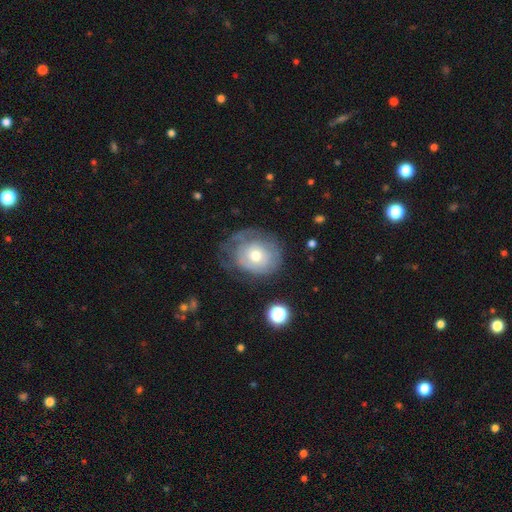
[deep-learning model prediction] featured or disk 53%, smooth 39%, star or artifact 8%. Down the decision tree: edge-on disk — no (96%); bar — no (85%); spiral arms — yes (57%); bulge size — moderate (63%); merging — none (49%).